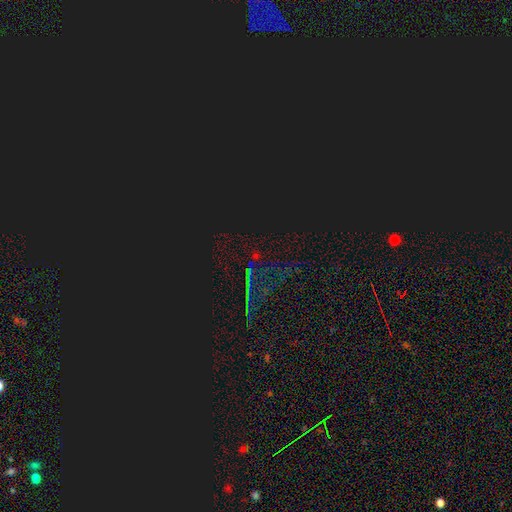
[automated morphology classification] star or artifact 85%, smooth 9%, featured or disk 6%.